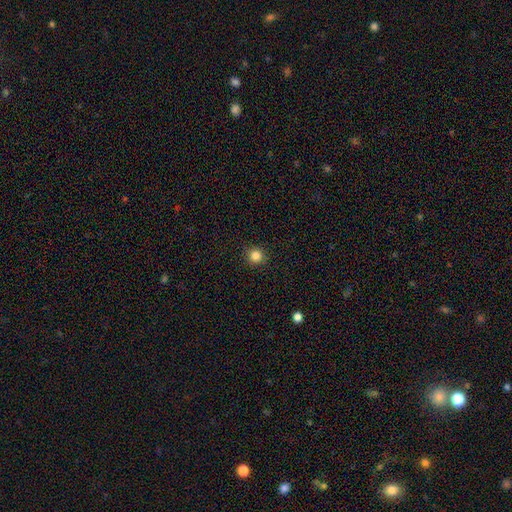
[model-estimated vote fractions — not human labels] This appears to be a smooth galaxy with no disk features (84%) that is round (93%). Merging: none (92%).